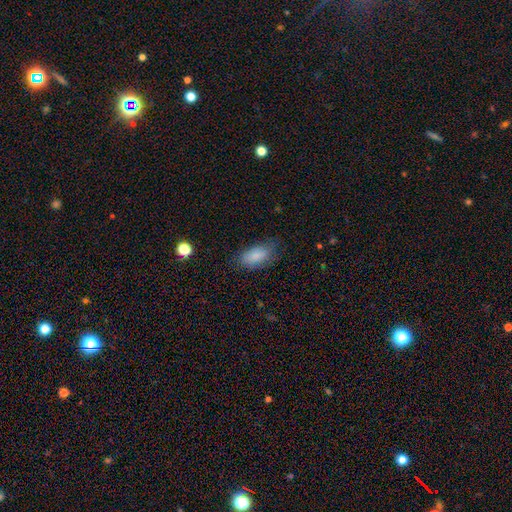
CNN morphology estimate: This appears to be a smooth galaxy with no disk features (84%) that is in between round and cigar-shaped (89%). Merging: none (69%).